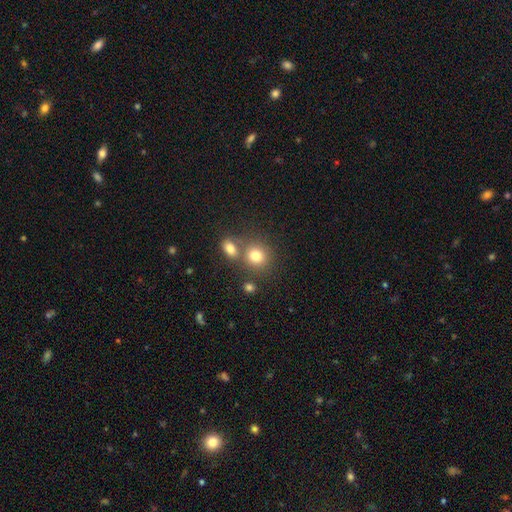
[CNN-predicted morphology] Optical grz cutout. It shows a smooth galaxy with no disk features (79%) that is round (79%). Merging: none (57%).